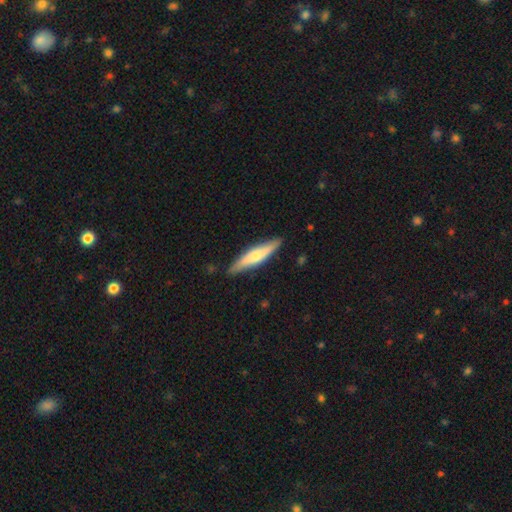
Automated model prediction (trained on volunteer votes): Morphology: type=smooth (56%); roundness=cigar-shaped (84%); merging=none (86%).